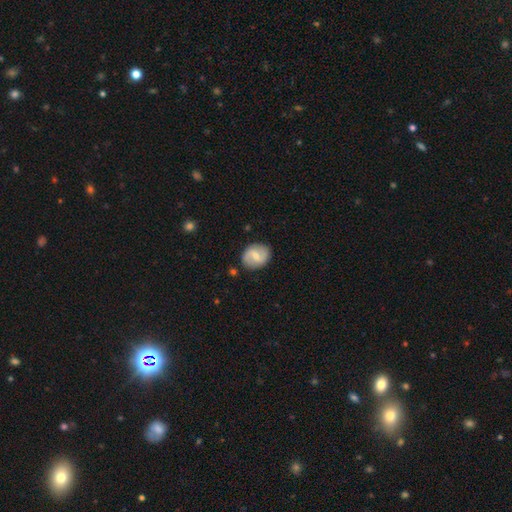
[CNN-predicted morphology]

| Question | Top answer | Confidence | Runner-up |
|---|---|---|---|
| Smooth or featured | featured or disk | 53% | smooth (41%) |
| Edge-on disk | no | 97% | yes (3%) |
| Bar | weak | 54% | strong (26%) |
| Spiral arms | yes | 71% | no (29%) |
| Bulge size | moderate | 50% | small (45%) |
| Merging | none | 84% | minor disturbance (11%) |